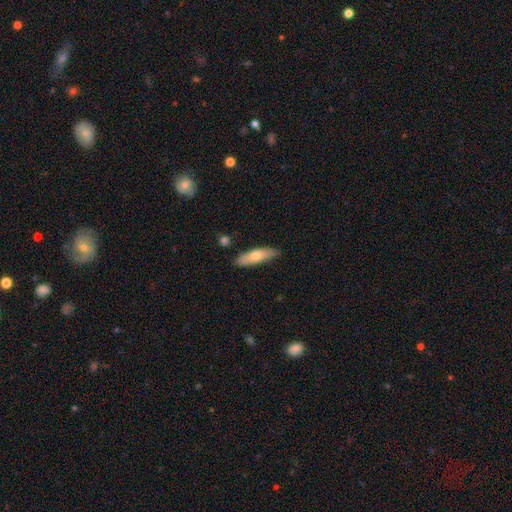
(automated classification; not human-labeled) smooth 66%, featured or disk 28%, star or artifact 6%. Down the decision tree: how rounded — cigar-shaped (58%); merging — none (84%).